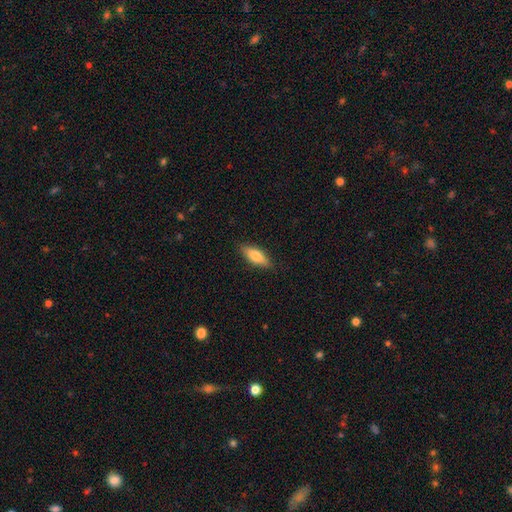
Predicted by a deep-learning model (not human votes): Overall: smooth (77%). How rounded: in between (64%; cigar-shaped 34%). Merging: none (85%).